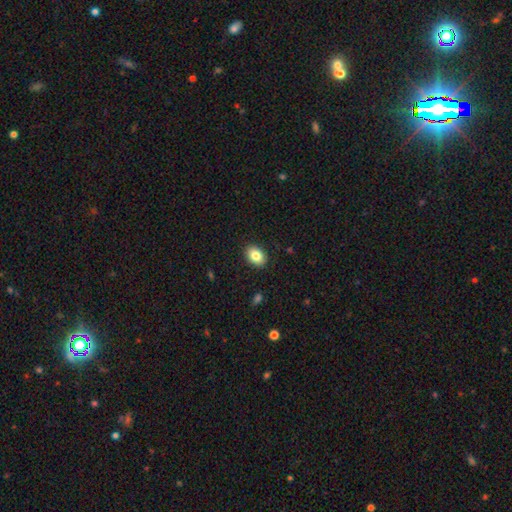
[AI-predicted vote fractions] Smooth or featured? Predicted: smooth (p=0.83). How rounded? Predicted: in between (p=0.79). Merging? Predicted: none (p=0.90).